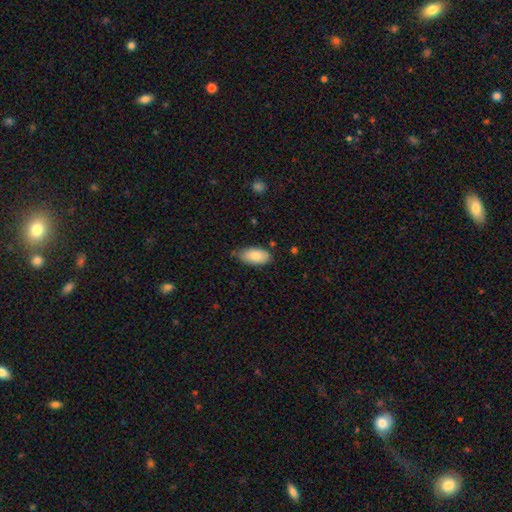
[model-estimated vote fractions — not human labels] Smooth or featured: smooth — 83% (featured or disk — 10%)
How rounded: in between — 93% (cigar-shaped — 4%)
Merging: none — 71% (minor disturbance — 23%)